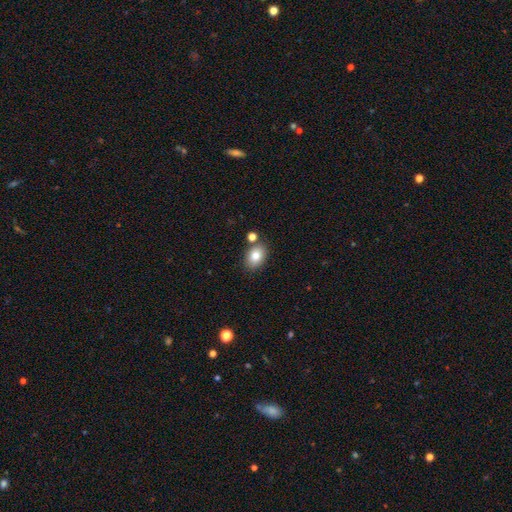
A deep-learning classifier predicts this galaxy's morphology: The model was most divided on "how rounded": in between: 78%, round: 21%, cigar-shaped: 1%. More confident: smooth or featured — smooth (81%); merging — none (77%).